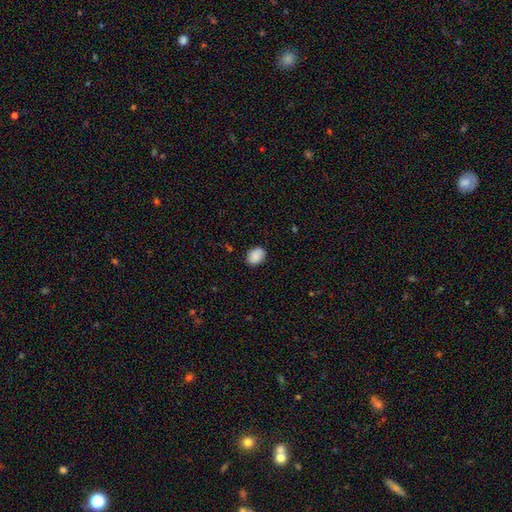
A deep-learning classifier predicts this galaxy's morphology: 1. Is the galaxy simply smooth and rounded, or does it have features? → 87% smooth, 7% star or artifact, 6% featured or disk.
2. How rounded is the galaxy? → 70% in between, 29% round, 1% cigar-shaped.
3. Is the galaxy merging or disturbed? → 84% none, 12% minor disturbance, 2% major disturbance, 1% merger.